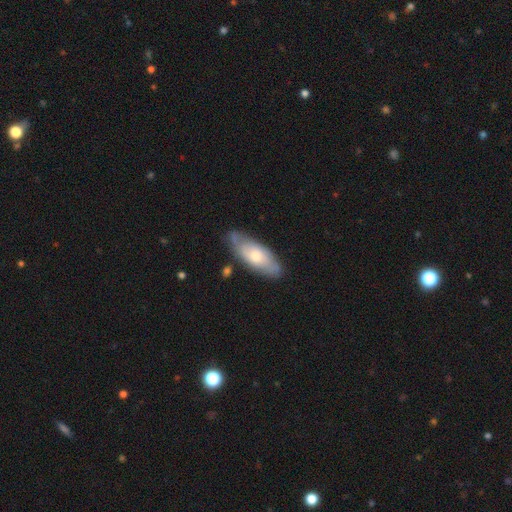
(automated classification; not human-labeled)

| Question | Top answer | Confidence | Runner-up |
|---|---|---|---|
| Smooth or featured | smooth | 54% | featured or disk (41%) |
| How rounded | in between | 73% | cigar-shaped (25%) |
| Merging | none | 72% | minor disturbance (21%) |